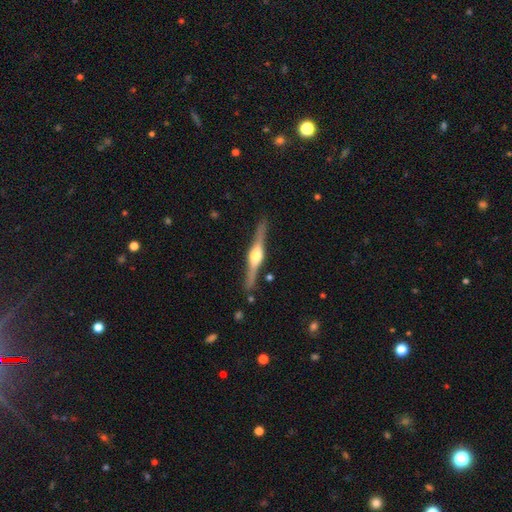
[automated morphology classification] This appears to be a featured or disk galaxy (81%) viewed edge-on (98%) with a rounded central bulge (94%). Merging: none (88%).